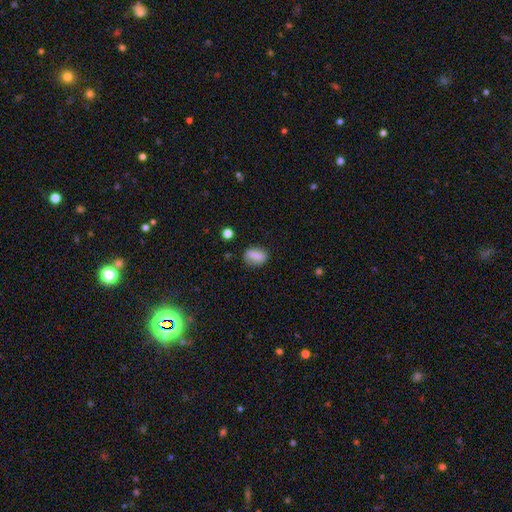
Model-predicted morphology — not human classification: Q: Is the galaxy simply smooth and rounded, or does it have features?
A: smooth — 80%.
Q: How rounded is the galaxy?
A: in between — 77%.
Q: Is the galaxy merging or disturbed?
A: none — 77%.